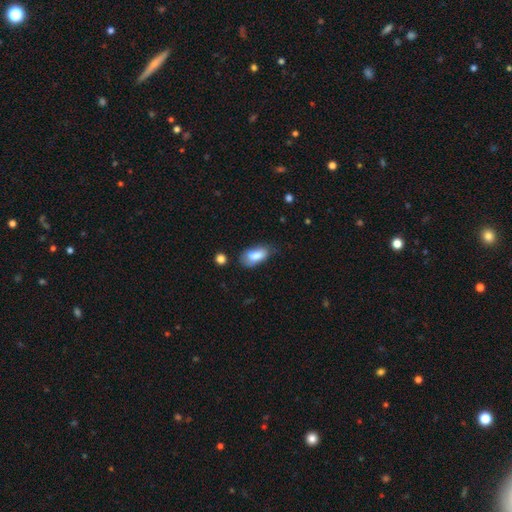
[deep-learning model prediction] Morphology: type=smooth (76%); roundness=in between (88%); merging=none (48%).